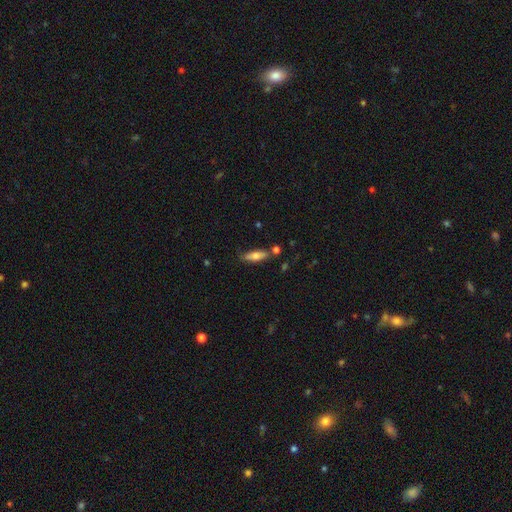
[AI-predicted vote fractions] smooth_or_featured: smooth (p=0.67) [alt: featured or disk p=0.26]
how_rounded: cigar-shaped (p=0.49) [alt: in between p=0.48]
merging: none (p=0.71) [alt: minor disturbance p=0.17]